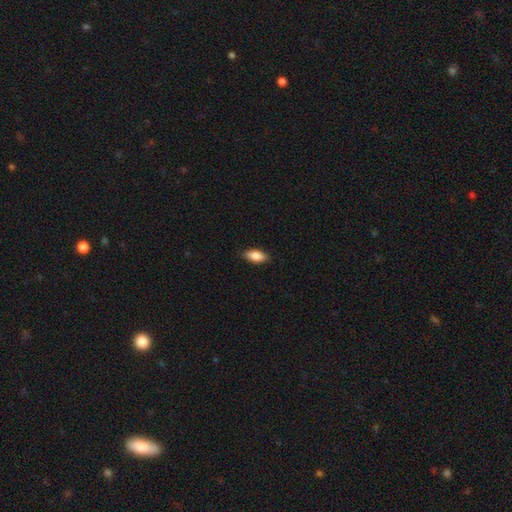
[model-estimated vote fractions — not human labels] The model was most divided on "smooth or featured": smooth: 85%, featured or disk: 8%, star or artifact: 6%. More confident: how rounded — in between (87%); merging — none (87%).